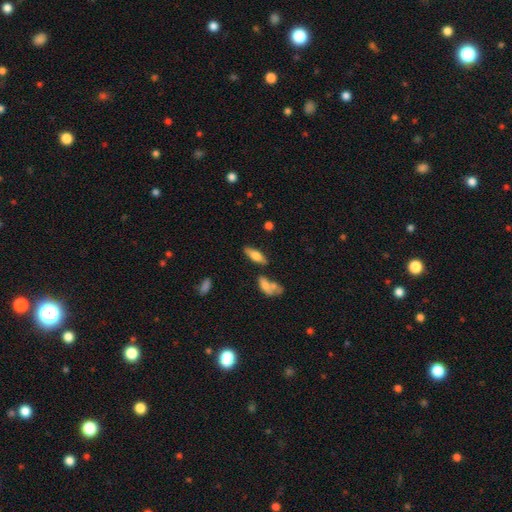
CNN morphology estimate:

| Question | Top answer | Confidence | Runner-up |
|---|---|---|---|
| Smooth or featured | smooth | 53% | featured or disk (40%) |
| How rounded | in between | 60% | cigar-shaped (37%) |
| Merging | none | 75% | minor disturbance (13%) |